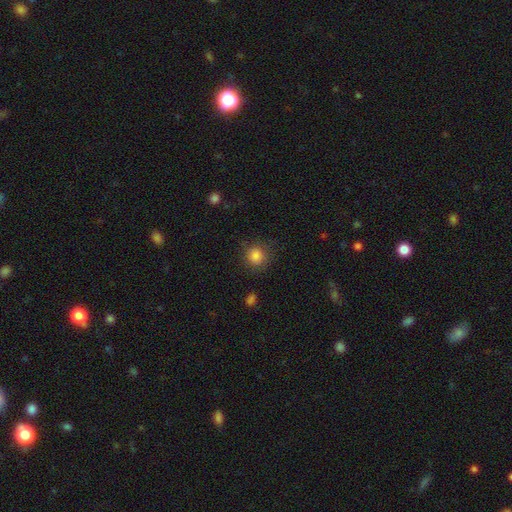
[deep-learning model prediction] smooth 84%, star or artifact 11%, featured or disk 5%. Down the decision tree: how rounded — round (89%); merging — none (81%).